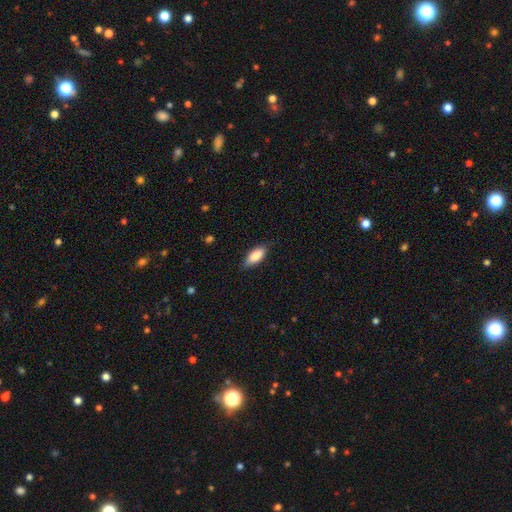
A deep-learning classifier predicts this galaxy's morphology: smooth 85%, featured or disk 9%, star or artifact 6%. Down the decision tree: how rounded — in between (82%); merging — none (80%).